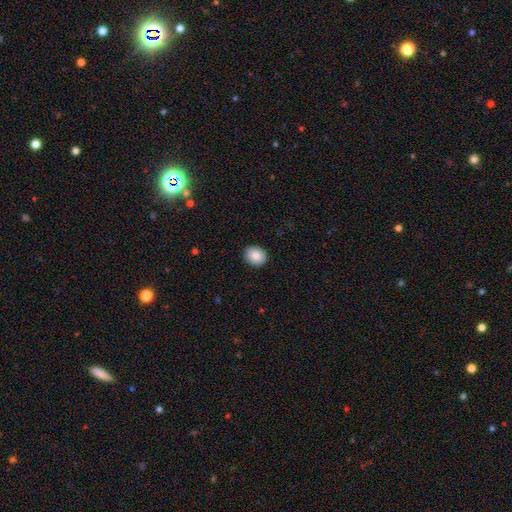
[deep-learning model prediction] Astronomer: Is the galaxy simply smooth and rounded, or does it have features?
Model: smooth — 88%.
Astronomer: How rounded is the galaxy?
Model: round — 66%.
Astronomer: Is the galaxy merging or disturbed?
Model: none — 90%.